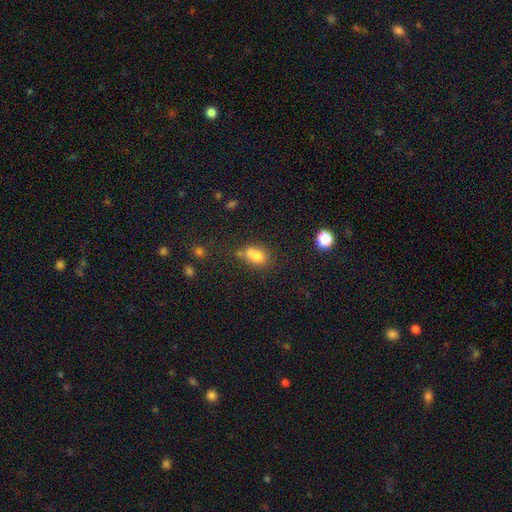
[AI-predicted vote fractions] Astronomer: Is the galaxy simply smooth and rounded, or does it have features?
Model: smooth — 72%.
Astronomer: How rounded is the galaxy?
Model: in between — 56% (runner-up: round, 41%).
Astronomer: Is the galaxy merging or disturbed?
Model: merger — 48% (runner-up: none, 33%).